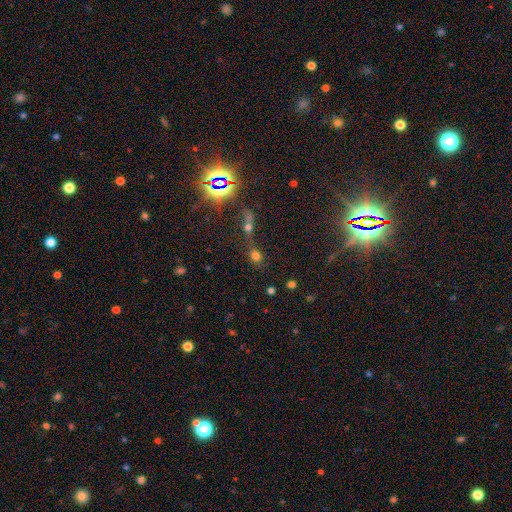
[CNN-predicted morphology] This is likely a smooth galaxy (66%). How rounded: likely round (78%). Merging: possibly none (49%).